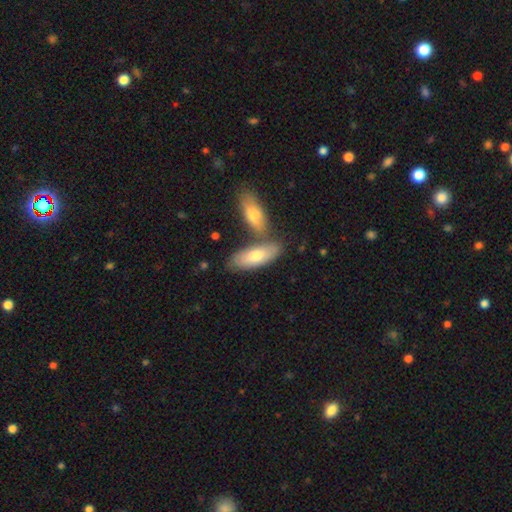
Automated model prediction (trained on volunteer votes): Smooth or featured? Predicted: smooth (p=0.69). How rounded? Predicted: in between (p=0.71). Merging? Predicted: none (p=0.54).